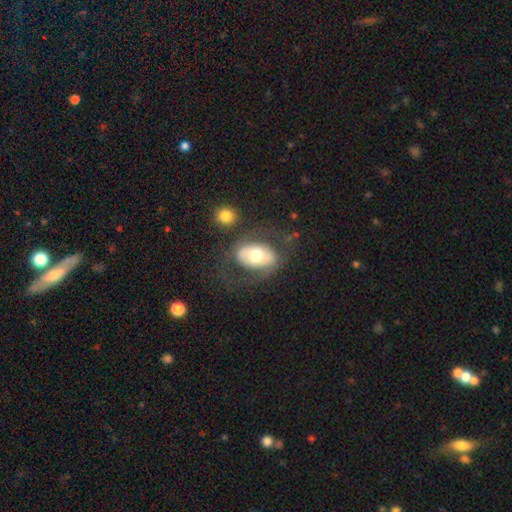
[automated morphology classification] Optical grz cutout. It shows a smooth galaxy with no disk features (49%). Merging: none (64%).